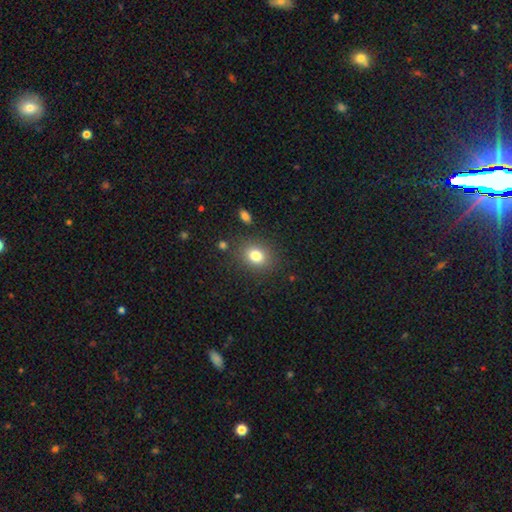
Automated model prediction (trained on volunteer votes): smooth-or-featured: smooth: 81% | star or artifact: 11% | featured or disk: 8%
  how-rounded: round: 53% | in between: 46% | cigar-shaped: 1%
  merging: none: 83% | minor disturbance: 10% | major disturbance: 4% | merger: 3%